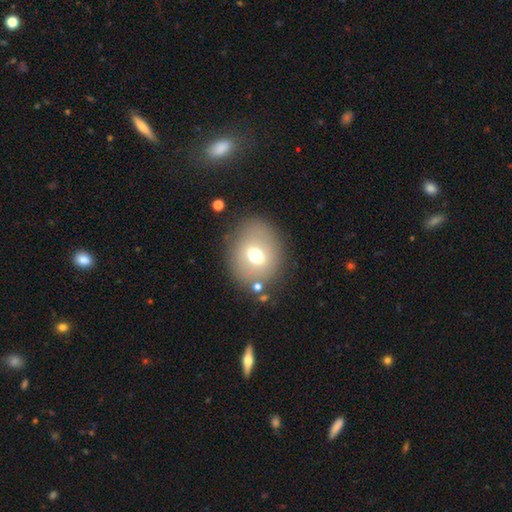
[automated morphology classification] Smooth or featured: smooth — 63% (featured or disk — 26%)
How rounded: round — 57% (in between — 42%)
Merging: none — 78% (minor disturbance — 12%)